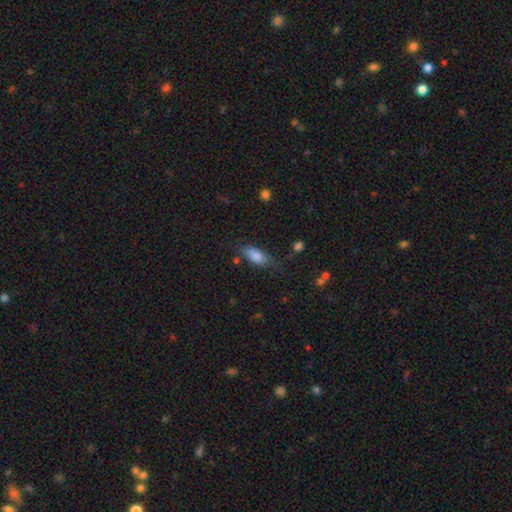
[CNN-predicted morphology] A smooth galaxy with no disk features (81%) that is in between round and cigar-shaped (80%).

Vote fractions:
- Smooth or featured? smooth: 81% / featured or disk: 11% / star or artifact: 8%
- How rounded? in between: 80% / cigar-shaped: 17% / round: 3%
- Merging? none: 65% / minor disturbance: 24% / major disturbance: 8% / merger: 3%